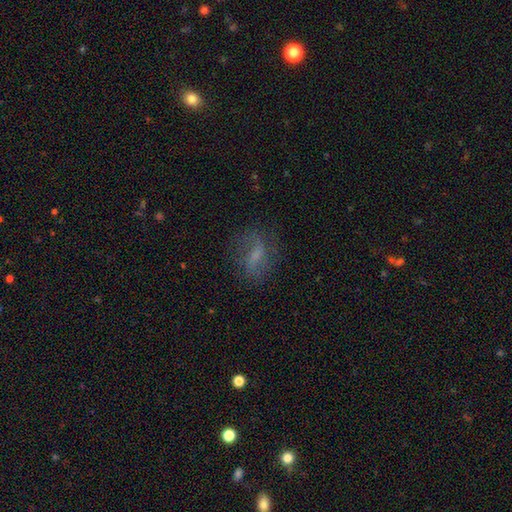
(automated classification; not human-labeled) Smooth or featured? featured or disk (51%)
Edge-on disk? no (90%)
Merging? none (71%)